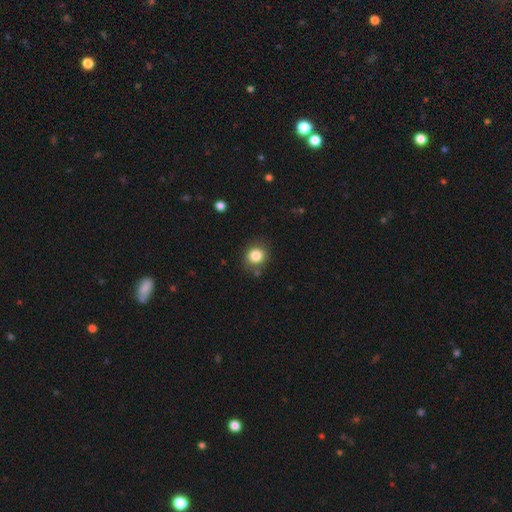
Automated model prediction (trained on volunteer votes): This appears to be a smooth galaxy with no disk features (84%) that is round (84%). Merging: none (81%).